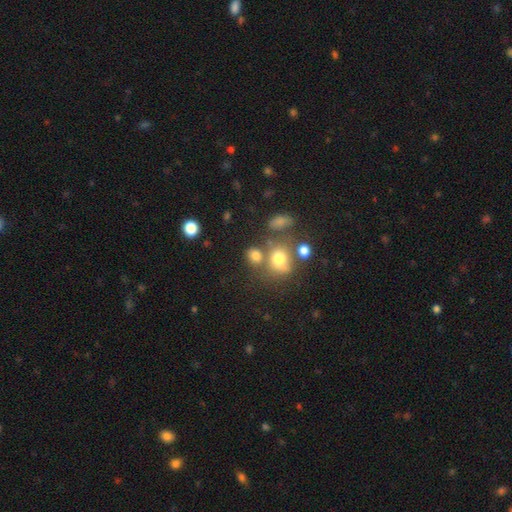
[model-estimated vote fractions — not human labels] A smooth galaxy with no disk features (74%) that is round (61%).

Vote fractions:
- Smooth or featured? smooth: 74% / star or artifact: 15% / featured or disk: 11%
- How rounded? round: 61% / in between: 37% / cigar-shaped: 1%
- Merging? none: 52% / merger: 27% / minor disturbance: 14% / major disturbance: 8%